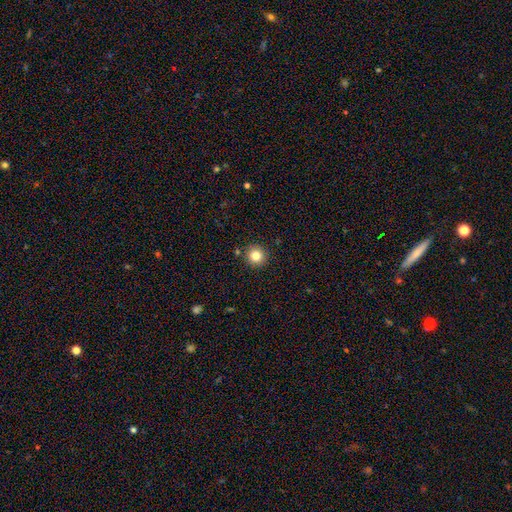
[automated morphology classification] smooth 82%, star or artifact 11%, featured or disk 6%. Down the decision tree: how rounded — round (95%); merging — none (89%).